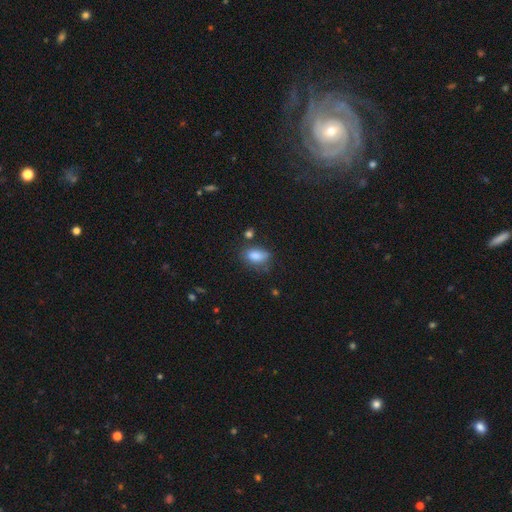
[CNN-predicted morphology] Smooth or featured? Predicted: smooth (p=0.83). How rounded? Predicted: in between (p=0.88). Merging? Predicted: none (p=0.59).